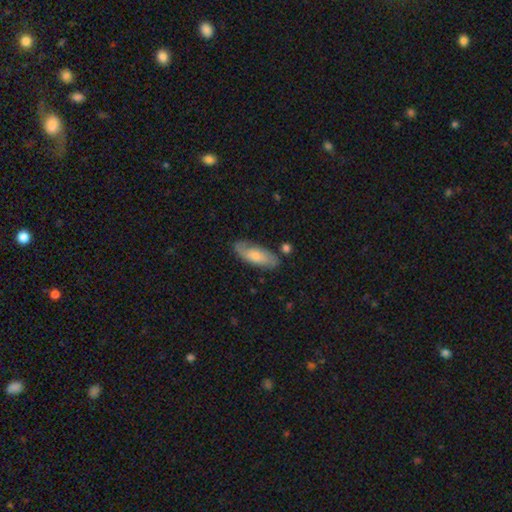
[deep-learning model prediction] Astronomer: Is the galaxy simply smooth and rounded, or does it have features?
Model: smooth — 59% (runner-up: featured or disk, 35%).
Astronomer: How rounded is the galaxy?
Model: in between — 76%.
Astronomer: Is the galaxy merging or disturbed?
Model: none — 73%.